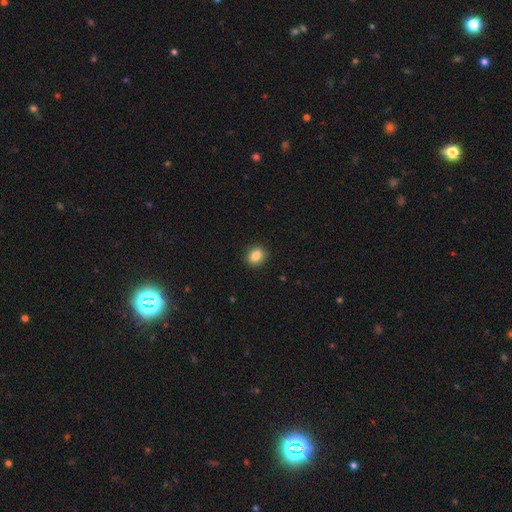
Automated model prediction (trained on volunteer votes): smooth 87%, star or artifact 9%, featured or disk 4%. Down the decision tree: how rounded — round (49%, tied with in between); merging — none (90%).